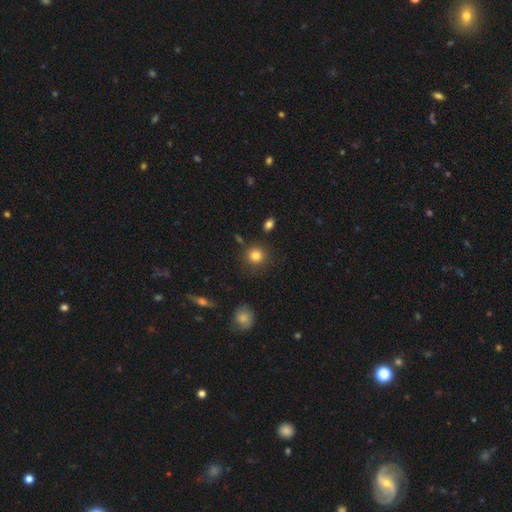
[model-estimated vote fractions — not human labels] Smooth or featured? smooth (83%)
How rounded? round (90%)
Merging? none (85%)